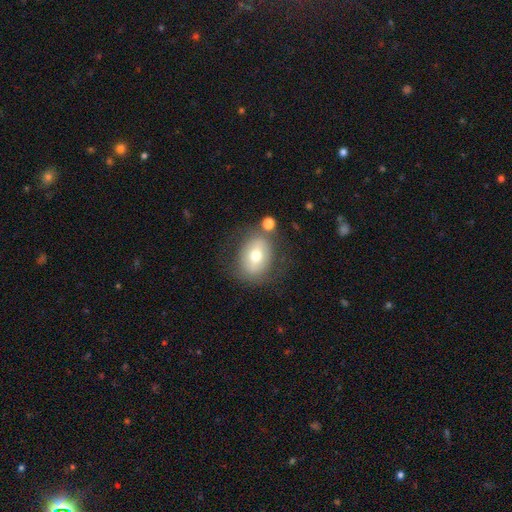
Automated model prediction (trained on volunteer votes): smooth 59%, featured or disk 32%, star or artifact 9%. Down the decision tree: how rounded — in between (55%); merging — none (67%).